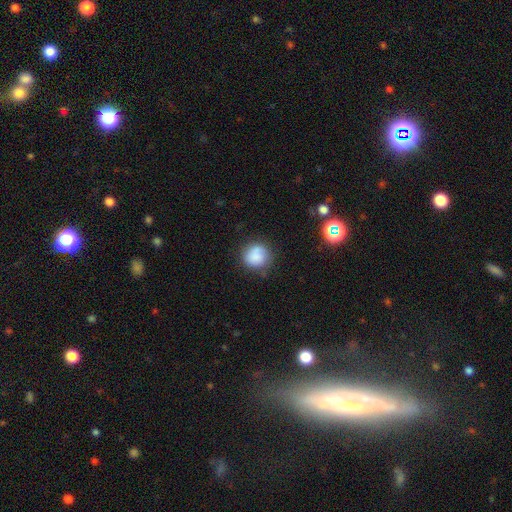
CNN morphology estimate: Smooth or featured?
  - smooth: 82% *
  - featured or disk: 9%
  - star or artifact: 9%
How rounded?
  - round: 88% *
  - in between: 11%
  - cigar-shaped: 1%
Merging?
  - none: 72% *
  - minor disturbance: 19%
  - major disturbance: 6%
  - merger: 4%